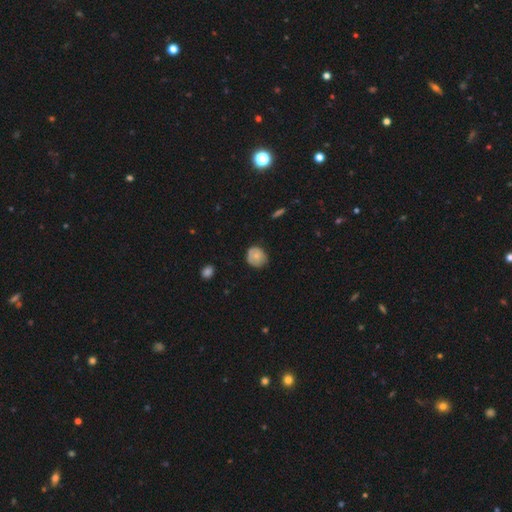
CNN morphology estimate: smooth-or-featured: smooth: 67% | featured or disk: 26% | star or artifact: 8%
  how-rounded: round: 75% | in between: 24% | cigar-shaped: 1%
  merging: none: 66% | minor disturbance: 27% | major disturbance: 5% | merger: 1%